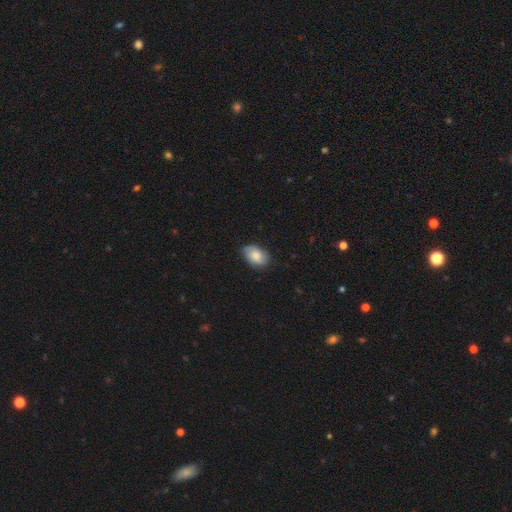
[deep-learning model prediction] Overall: smooth (77%). How rounded: in between (87%). Merging: none (75%).